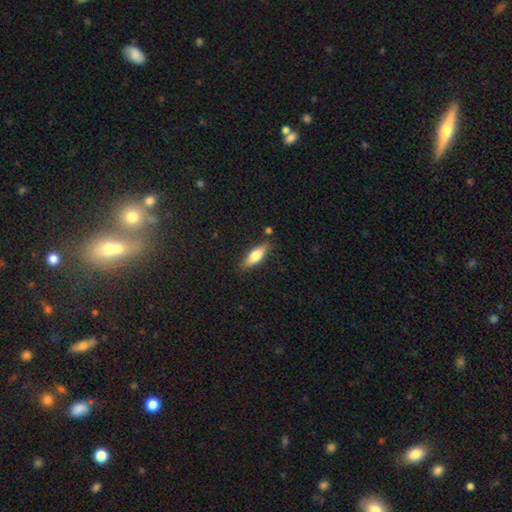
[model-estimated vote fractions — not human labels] Smooth or featured? Predicted: smooth (p=0.62). How rounded? Predicted: in between (p=0.54). Merging? Predicted: none (p=0.83).